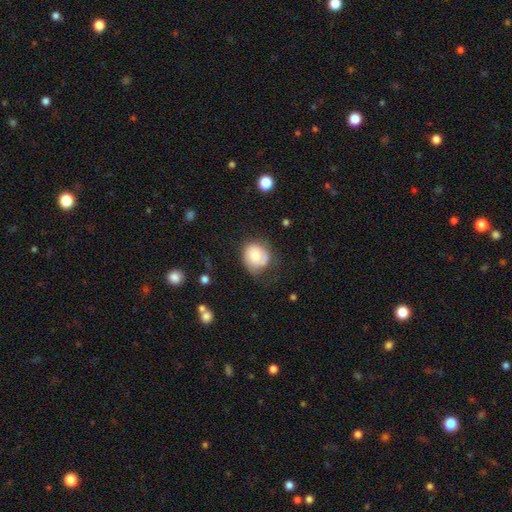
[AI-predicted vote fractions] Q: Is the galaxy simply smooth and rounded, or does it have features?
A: smooth — 59%.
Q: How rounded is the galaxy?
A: round — 76%.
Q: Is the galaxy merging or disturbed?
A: none — 56%.